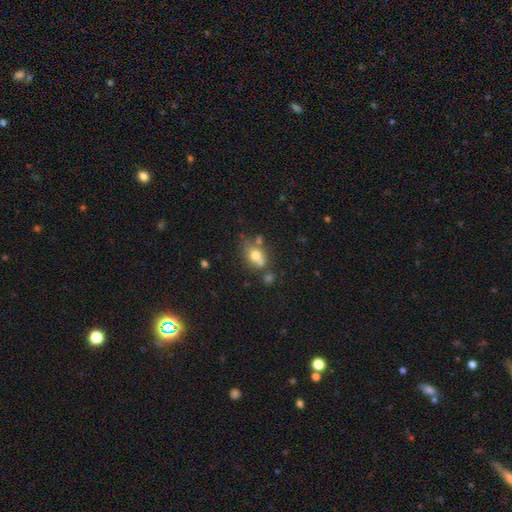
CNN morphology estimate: Smooth or featured? smooth (69%)
How rounded? in between (57%)
Merging? none (44%)